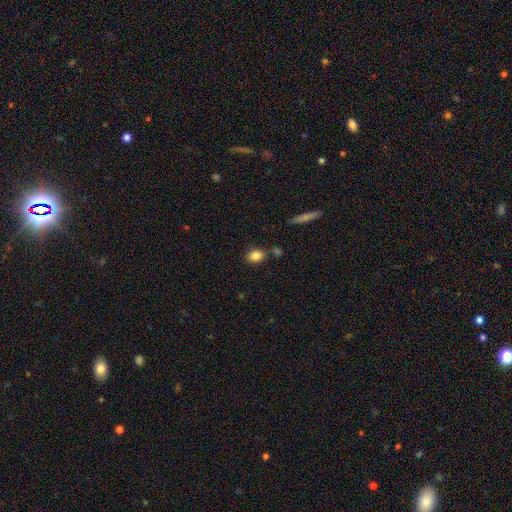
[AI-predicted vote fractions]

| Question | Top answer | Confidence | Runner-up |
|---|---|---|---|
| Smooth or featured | smooth | 84% | star or artifact (9%) |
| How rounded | in between | 60% | round (38%) |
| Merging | none | 75% | minor disturbance (12%) |